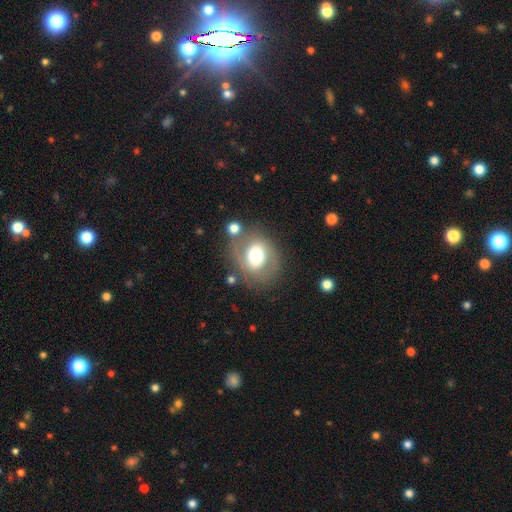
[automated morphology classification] smooth 47%, featured or disk 44%, star or artifact 9%. Down the decision tree: merging — none (66%).